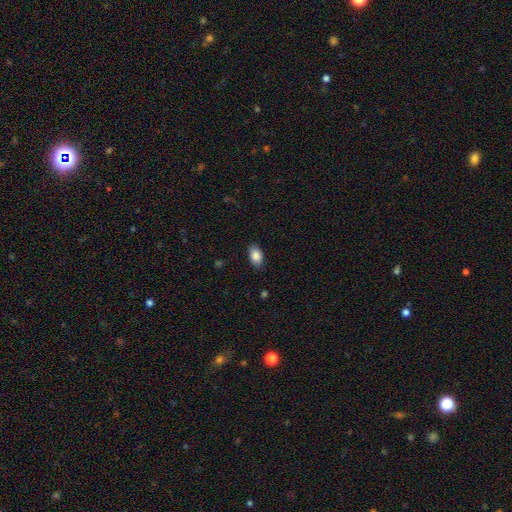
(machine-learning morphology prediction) type=smooth (86%); roundness=in between (91%); merging=none (85%).